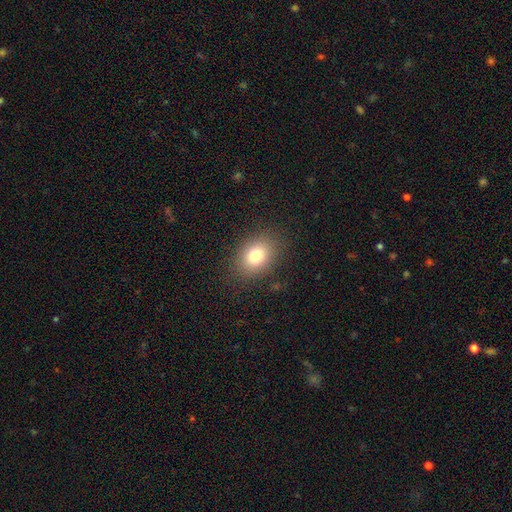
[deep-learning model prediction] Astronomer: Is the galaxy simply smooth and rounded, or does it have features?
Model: smooth — 80%.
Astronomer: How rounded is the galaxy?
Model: in between — 70%.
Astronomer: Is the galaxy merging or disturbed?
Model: none — 85%.